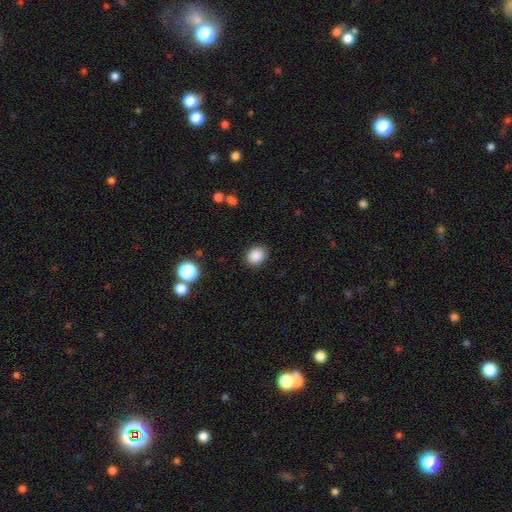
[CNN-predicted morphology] A smooth galaxy with no disk features (87%) that is round (53%). Merging: none (88%).